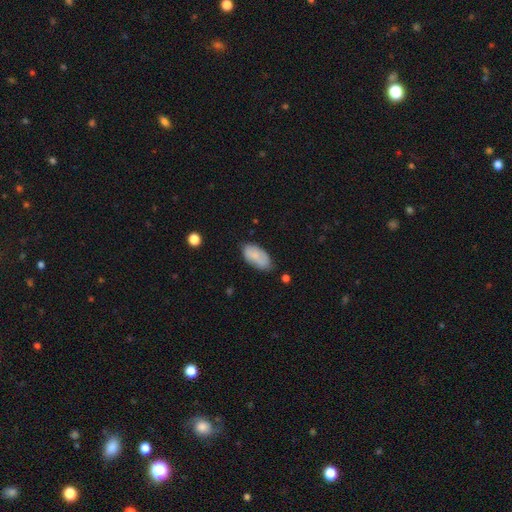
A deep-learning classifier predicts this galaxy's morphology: Smooth or featured? smooth (80%)
How rounded? in between (93%)
Merging? none (69%)